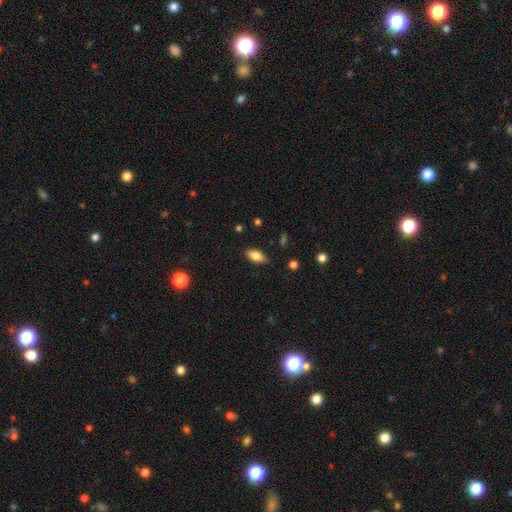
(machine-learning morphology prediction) A smooth galaxy with no disk features (75%) that is in between round and cigar-shaped (86%). Merging: none (86%).